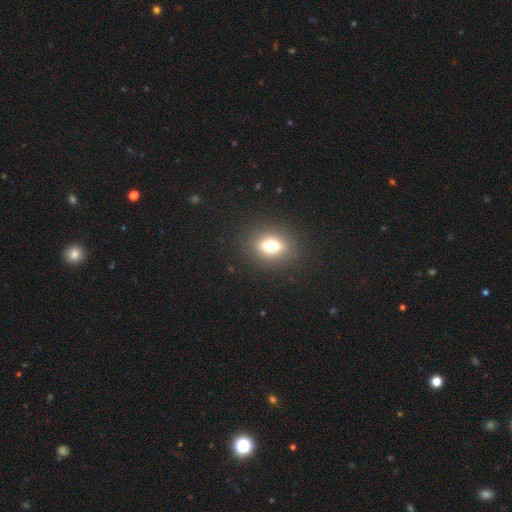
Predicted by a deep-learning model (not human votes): smooth 71%, star or artifact 20%, featured or disk 9%. Down the decision tree: how rounded — in between (49%, tied with round); merging — none (92%).